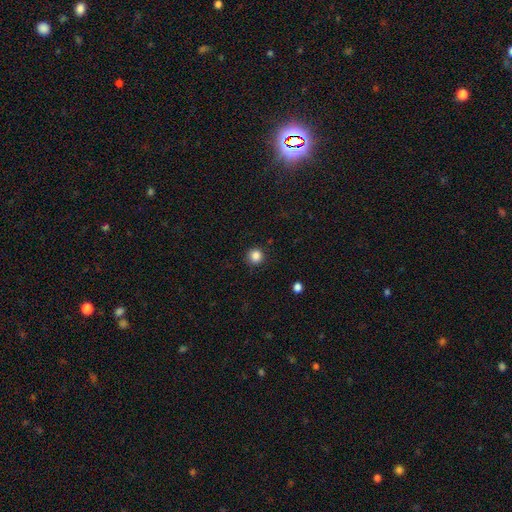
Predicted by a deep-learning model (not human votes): A smooth galaxy with no disk features (86%) that is round (94%). Merging: none (89%).